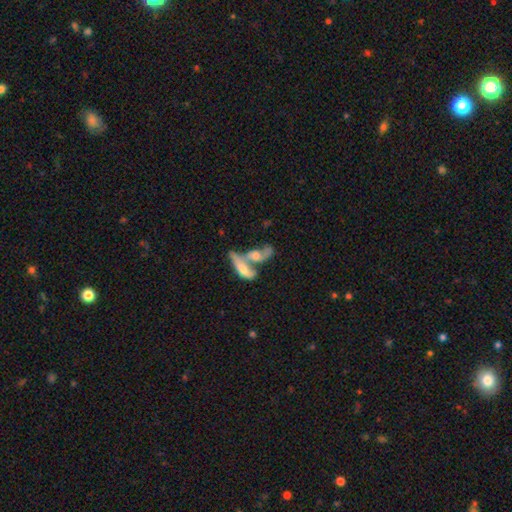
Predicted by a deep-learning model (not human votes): Smooth or featured?
  - featured or disk: 50% *
  - smooth: 41%
  - star or artifact: 9%
Edge-on disk?
  - no: 78% *
  - yes: 22%
Merging?
  - merger: 72% *
  - none: 14%
  - major disturbance: 8%
  - minor disturbance: 6%